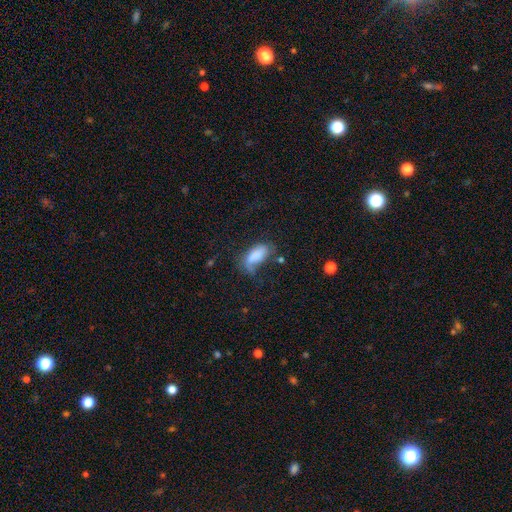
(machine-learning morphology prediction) A smooth galaxy with no disk features (74%) that is in between round and cigar-shaped (90%). Merging: none (33%).